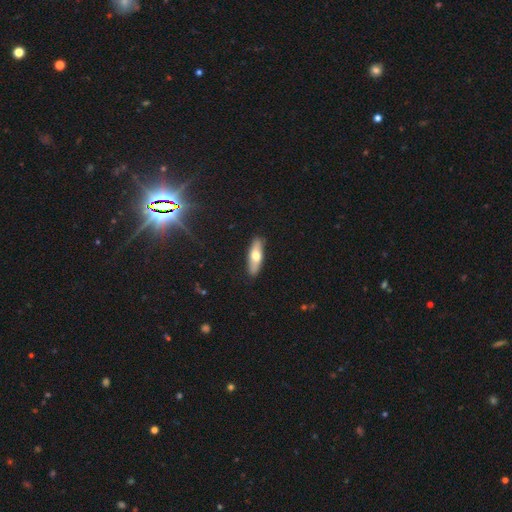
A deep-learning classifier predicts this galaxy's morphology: Smooth or featured?
  - smooth: 59% *
  - featured or disk: 35%
  - star or artifact: 6%
How rounded?
  - cigar-shaped: 51% *
  - in between: 46%
  - round: 2%
Merging?
  - none: 88% *
  - minor disturbance: 9%
  - major disturbance: 2%
  - merger: 1%